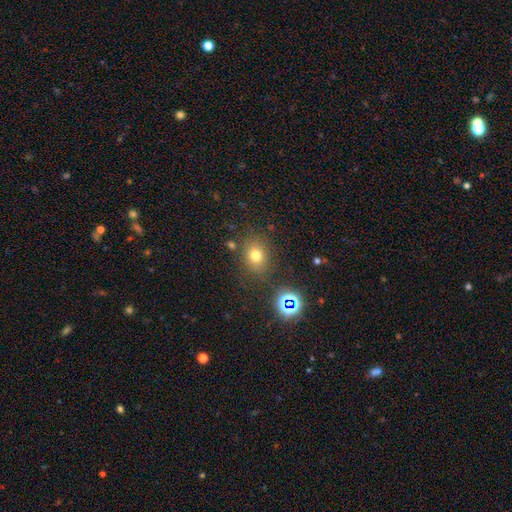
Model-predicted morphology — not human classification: Q: Smooth or featured?
A: smooth (70%); runner-up: star or artifact (21%)
Q: How rounded?
A: round (62%); runner-up: in between (37%)
Q: Merging?
A: none (79%); runner-up: minor disturbance (12%)